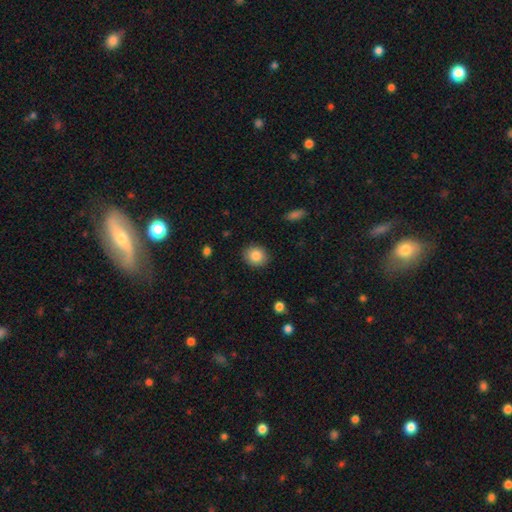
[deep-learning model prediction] Overall: smooth (85%). How rounded: round (75%). Merging: none (88%).